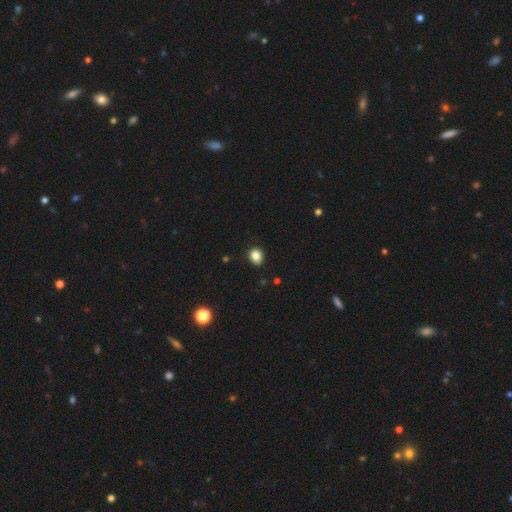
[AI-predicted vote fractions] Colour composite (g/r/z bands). It shows a smooth galaxy with no disk features (85%) that is round (60%). Merging: none (87%).